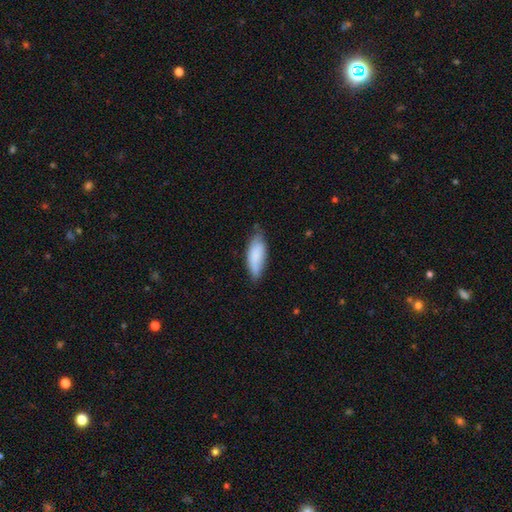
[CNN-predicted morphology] A smooth galaxy with no disk features (84%) that is in between round and cigar-shaped (75%). Merging: none (62%).